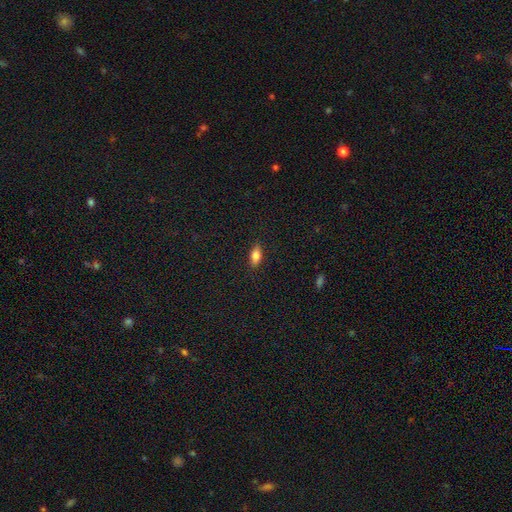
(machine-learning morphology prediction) smooth_or_featured: smooth (p=0.78) [alt: featured or disk p=0.14]
how_rounded: in between (p=0.84) [alt: cigar-shaped p=0.12]
merging: none (p=0.88) [alt: minor disturbance p=0.09]